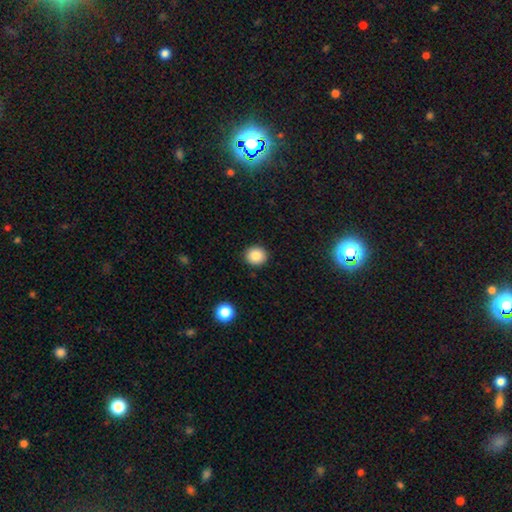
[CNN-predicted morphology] The model was most divided on "how rounded": round: 86%, in between: 13%, cigar-shaped: 1%. More confident: merging — none (91%); smooth or featured — smooth (85%).